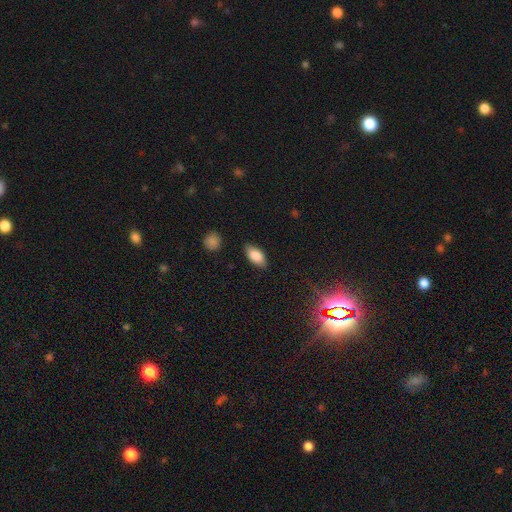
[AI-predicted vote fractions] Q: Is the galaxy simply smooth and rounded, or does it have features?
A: smooth — 84%.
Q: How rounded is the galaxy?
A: in between — 90%.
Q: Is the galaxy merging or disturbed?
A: none — 84%.